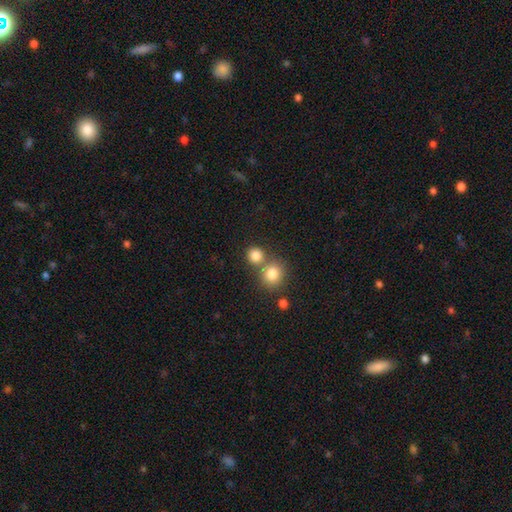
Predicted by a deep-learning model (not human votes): Overall: smooth (82%). How rounded: round (86%). Merging: none (60%; merger 30%).